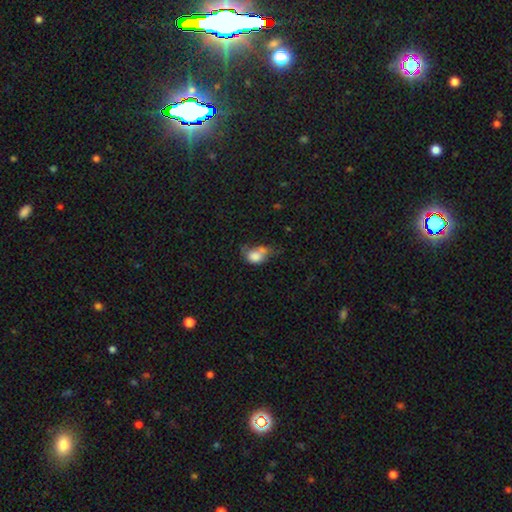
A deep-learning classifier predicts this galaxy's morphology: Smooth or featured? smooth (74%)
How rounded? in between (63%)
Merging? merger (33%)